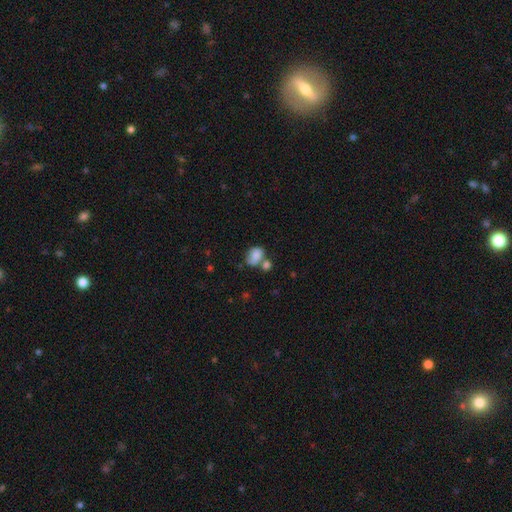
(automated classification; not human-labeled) This appears to be a smooth galaxy with no disk features (75%) that is in between round and cigar-shaped (63%). Merging: merger (38%).